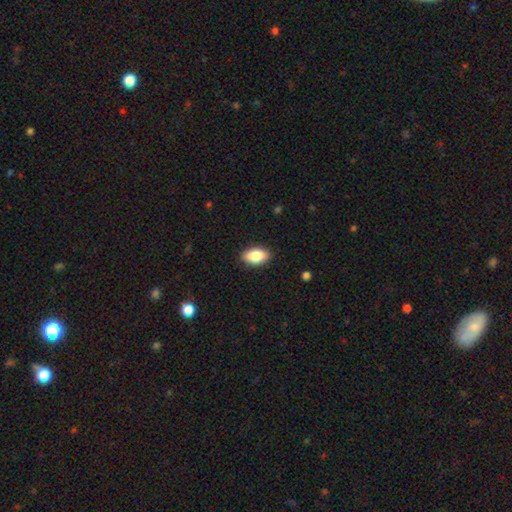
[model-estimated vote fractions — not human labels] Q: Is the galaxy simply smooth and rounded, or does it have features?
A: smooth — 84%.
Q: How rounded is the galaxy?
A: in between — 92%.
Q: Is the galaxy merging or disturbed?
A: none — 89%.